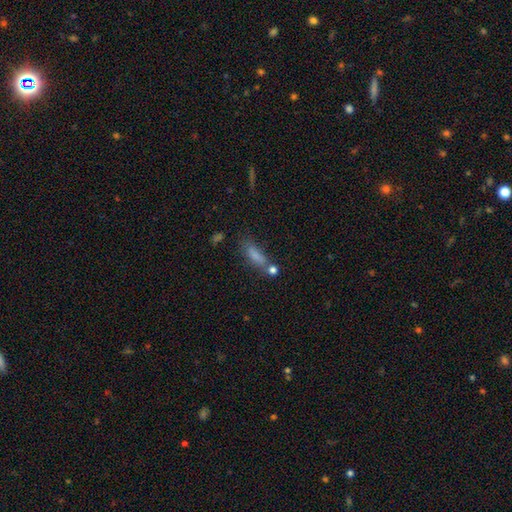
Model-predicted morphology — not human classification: The model was most divided on "how rounded": cigar-shaped: 48%, in between: 47%, round: 4%. Remaining: smooth or featured — smooth (73%); merging — none (47%).